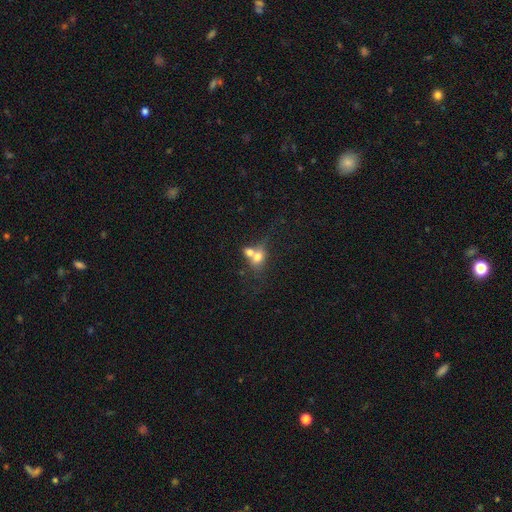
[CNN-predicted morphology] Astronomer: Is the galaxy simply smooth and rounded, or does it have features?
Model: smooth — 67%.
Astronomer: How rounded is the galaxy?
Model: in between — 61%.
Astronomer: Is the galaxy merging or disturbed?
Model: merger — 63%.